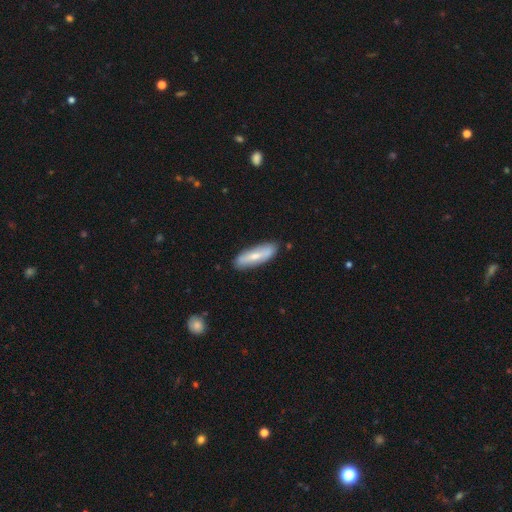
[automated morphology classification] Smooth or featured? Predicted: smooth (p=0.56). How rounded? Predicted: cigar-shaped (p=0.49, tied with in between). Merging? Predicted: none (p=0.85).